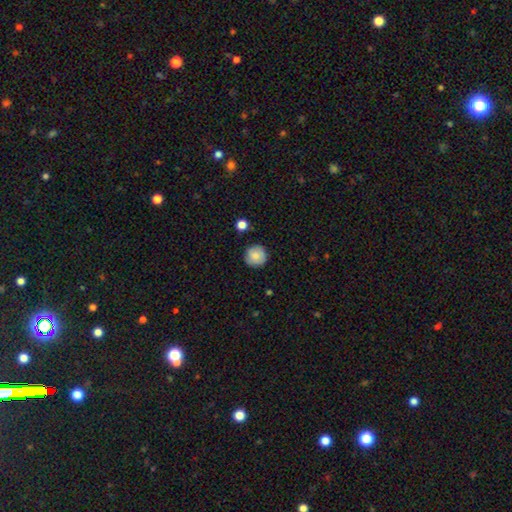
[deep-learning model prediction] smooth 83%, featured or disk 10%, star or artifact 8%. Down the decision tree: how rounded — round (95%); merging — none (86%).